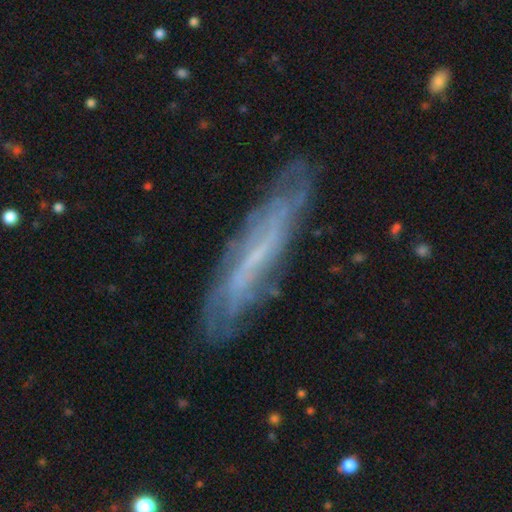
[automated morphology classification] This appears to be a featured or disk galaxy (69%). Merging: none (79%).